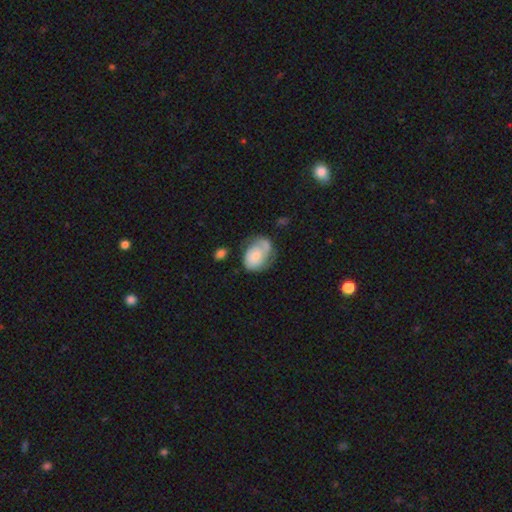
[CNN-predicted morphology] Smooth or featured?
  - featured or disk: 59% *
  - smooth: 35%
  - star or artifact: 6%
Edge-on disk?
  - no: 97% *
  - yes: 3%
Bar?
  - no: 77% *
  - weak: 20%
  - strong: 3%
Spiral arms?
  - yes: 81% *
  - no: 19%
Bulge size?
  - small: 57% *
  - moderate: 34%
  - none: 5%
  - large: 4%
  - dominant: 1%
Merging?
  - none: 50% *
  - minor disturbance: 28%
  - major disturbance: 16%
  - merger: 6%